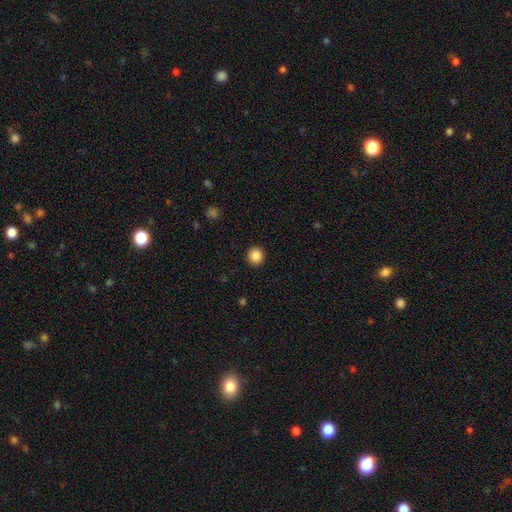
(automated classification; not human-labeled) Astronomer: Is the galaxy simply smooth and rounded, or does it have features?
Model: smooth — 87%.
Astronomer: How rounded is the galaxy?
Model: round — 93%.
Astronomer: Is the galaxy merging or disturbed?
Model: none — 92%.